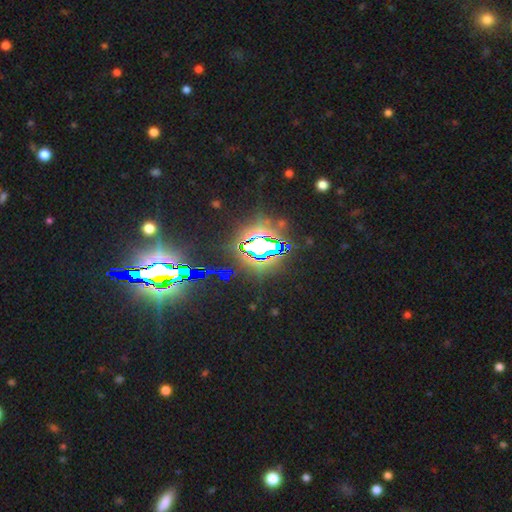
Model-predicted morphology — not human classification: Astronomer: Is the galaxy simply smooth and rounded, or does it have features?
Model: star or artifact — 86%.